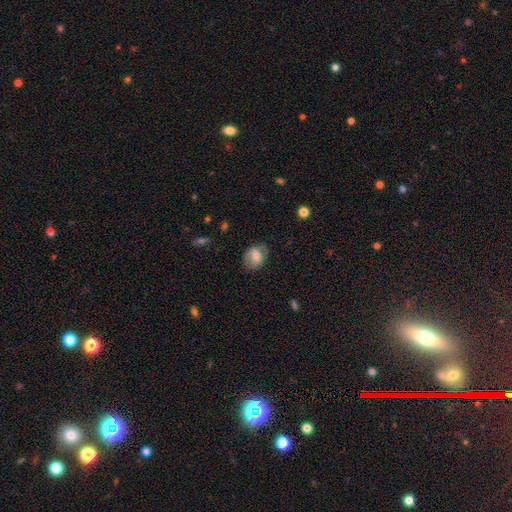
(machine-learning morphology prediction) Smooth or featured? Predicted: smooth (p=0.66). How rounded? Predicted: in between (p=0.62). Merging? Predicted: none (p=0.72).